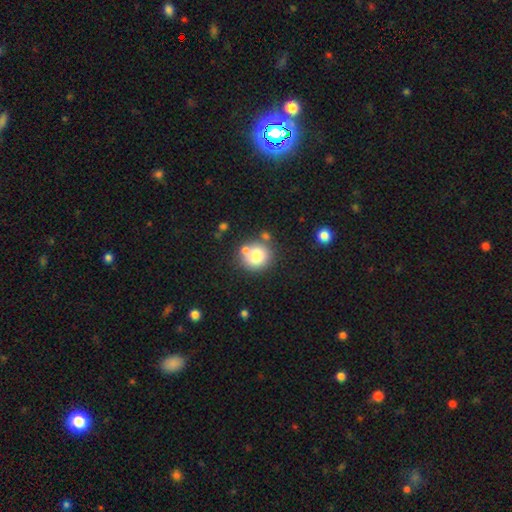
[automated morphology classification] Smooth or featured: smooth — 76% (featured or disk — 13%)
How rounded: round — 89% (in between — 10%)
Merging: none — 70% (merger — 16%)